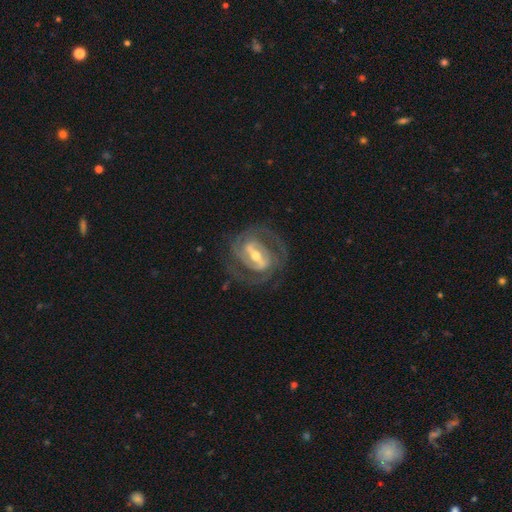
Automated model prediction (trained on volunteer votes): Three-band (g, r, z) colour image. It shows a featured or disk galaxy (89%) with a strong bar (64%), 2 (69%) tight (49%) spiral arms (94%) and a moderate central bulge (60%). Merging: none (74%).